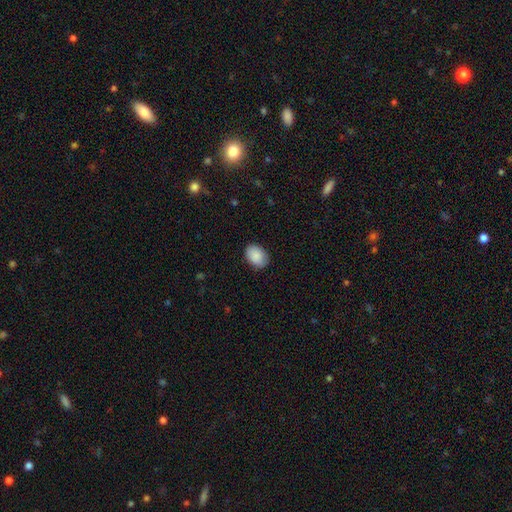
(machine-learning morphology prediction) Smooth or featured?
  - smooth: 90% *
  - star or artifact: 6%
  - featured or disk: 4%
How rounded?
  - in between: 81% *
  - round: 18%
  - cigar-shaped: 1%
Merging?
  - none: 86% *
  - minor disturbance: 11%
  - major disturbance: 2%
  - merger: 1%